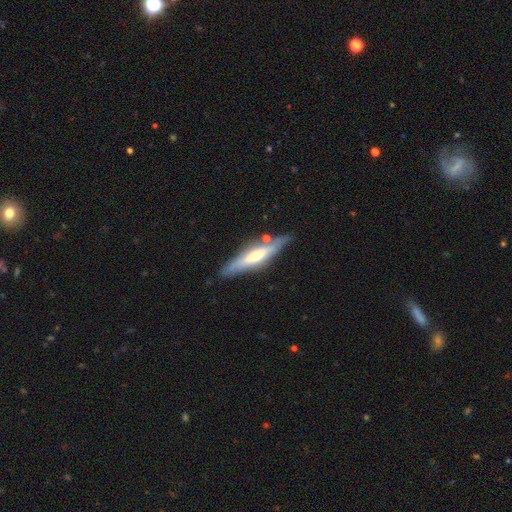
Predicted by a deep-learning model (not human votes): The model was most divided on "smooth or featured": featured or disk: 60%, smooth: 34%, star or artifact: 6%. More confident: edge-on disk — yes (88%); merging — none (79%); edge-on bulge — rounded (79%).